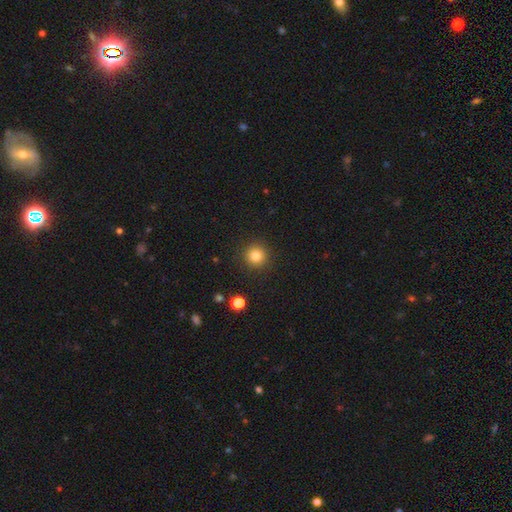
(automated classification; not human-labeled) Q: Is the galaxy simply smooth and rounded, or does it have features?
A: smooth — 83%.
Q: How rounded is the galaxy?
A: round — 94%.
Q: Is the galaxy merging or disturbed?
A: none — 91%.